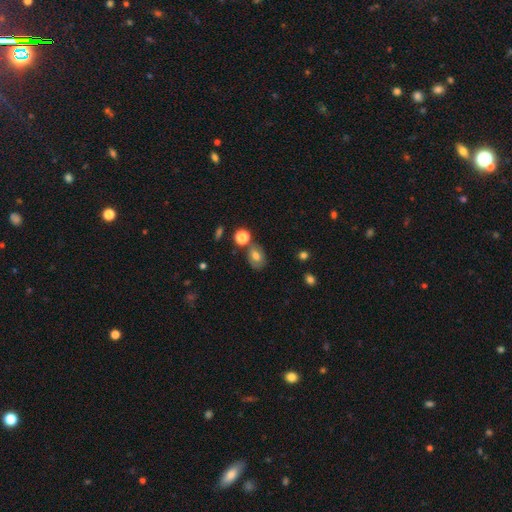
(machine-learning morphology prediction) type=smooth (69%); roundness=in between (68%); merging=none (68%).